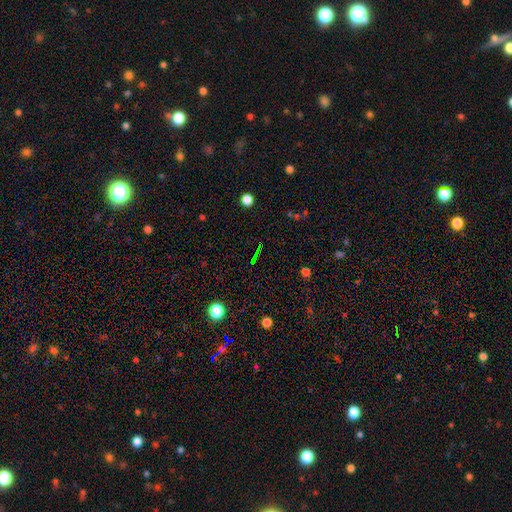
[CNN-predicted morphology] Smooth or featured: star or artifact — 68% (smooth — 19%)